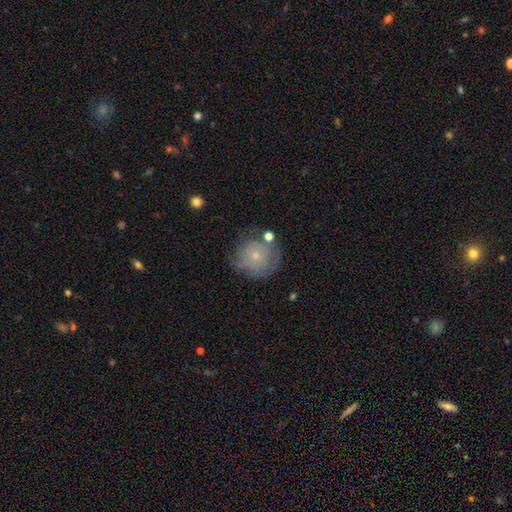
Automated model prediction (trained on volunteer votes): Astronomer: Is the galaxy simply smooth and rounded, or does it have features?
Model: smooth — 53% (runner-up: featured or disk, 38%).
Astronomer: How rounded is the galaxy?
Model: round — 90%.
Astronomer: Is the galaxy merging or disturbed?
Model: none — 60%.